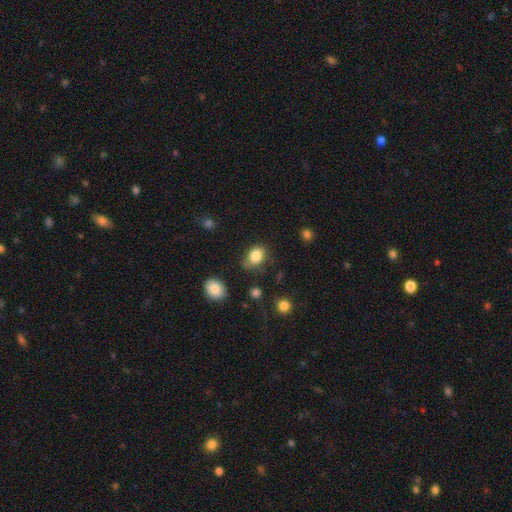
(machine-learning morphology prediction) smooth_or_featured: smooth (p=0.84) [alt: star or artifact p=0.09]
how_rounded: in between (p=0.70) [alt: round p=0.29]
merging: none (p=0.64) [alt: minor disturbance p=0.26]